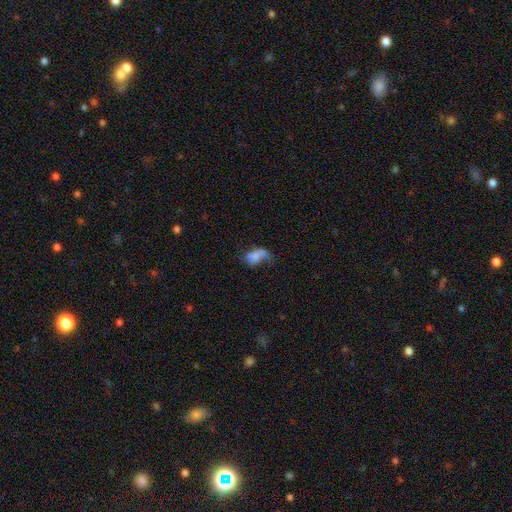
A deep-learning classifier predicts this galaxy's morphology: A smooth galaxy with no disk features (56%) that is in between round and cigar-shaped (87%).

Vote fractions:
- Smooth or featured? smooth: 56% / featured or disk: 33% / star or artifact: 11%
- How rounded? in between: 87% / round: 10% / cigar-shaped: 2%
- Merging? major disturbance: 38% / none: 26% / minor disturbance: 24% / merger: 12%